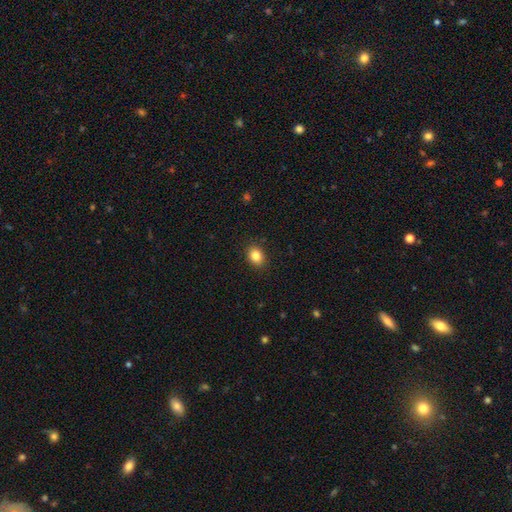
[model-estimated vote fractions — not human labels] smooth_or_featured: smooth (p=0.85) [alt: star or artifact p=0.10]
how_rounded: in between (p=0.56) [alt: round p=0.44]
merging: none (p=0.89) [alt: minor disturbance p=0.08]